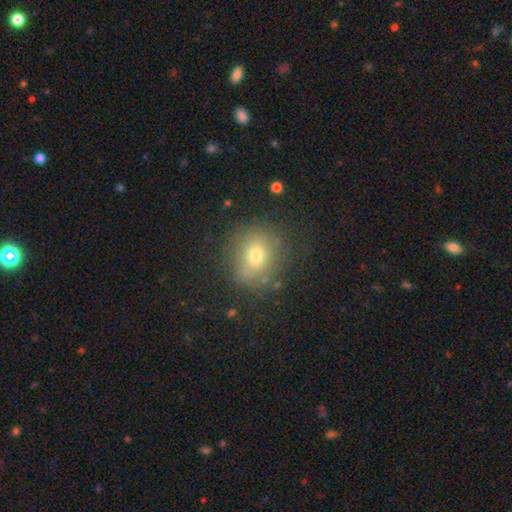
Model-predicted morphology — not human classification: smooth-or-featured: smooth: 69% | featured or disk: 16% | star or artifact: 15%
  how-rounded: round: 76% | in between: 23% | cigar-shaped: 1%
  merging: none: 78% | minor disturbance: 14% | major disturbance: 5% | merger: 2%